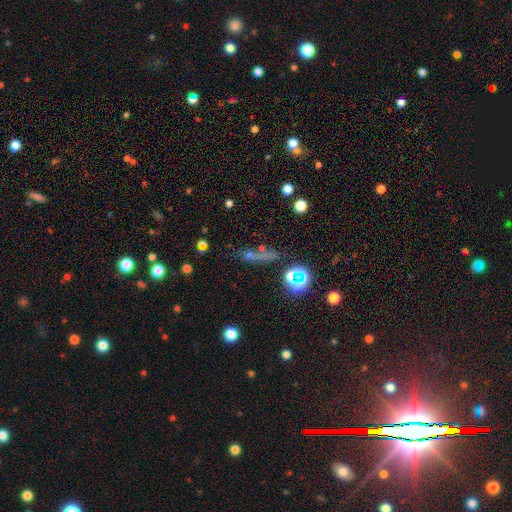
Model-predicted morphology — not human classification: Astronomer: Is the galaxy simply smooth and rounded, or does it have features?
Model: smooth — 41% (runner-up: star or artifact, 38%).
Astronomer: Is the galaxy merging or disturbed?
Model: none — 61%.